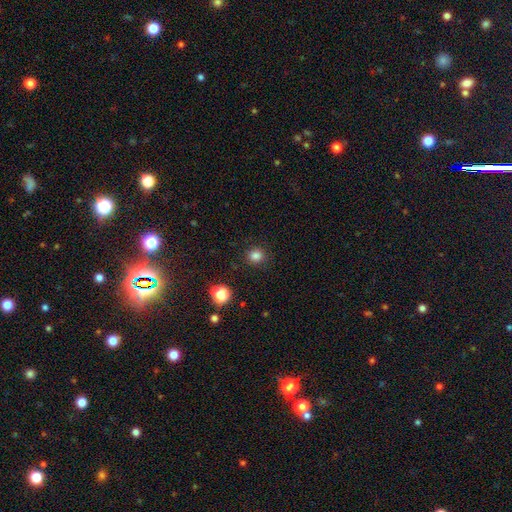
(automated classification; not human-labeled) smooth_or_featured: smooth (p=0.83) [alt: star or artifact p=0.13]
how_rounded: round (p=0.89) [alt: in between p=0.10]
merging: none (p=0.90) [alt: minor disturbance p=0.06]